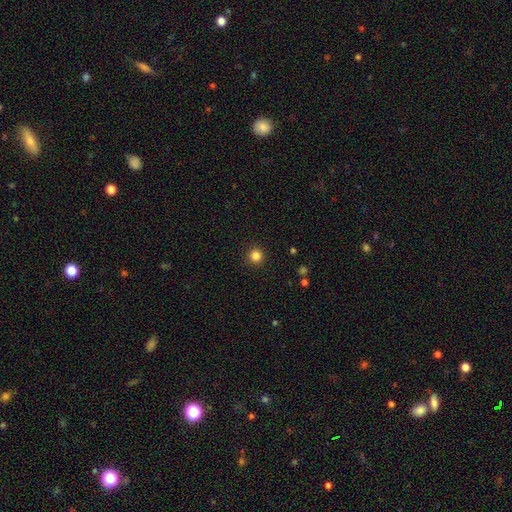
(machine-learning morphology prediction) Smooth or featured? Predicted: smooth (p=0.84). How rounded? Predicted: round (p=0.96). Merging? Predicted: none (p=0.93).